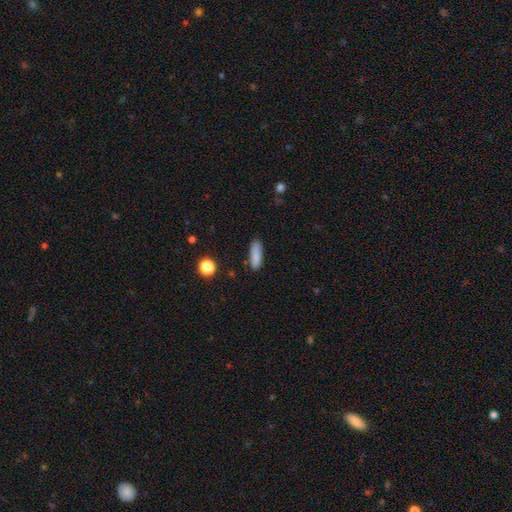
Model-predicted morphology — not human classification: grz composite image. It shows a smooth galaxy with no disk features (85%) that is cigar-shaped (61%). Merging: none (85%).